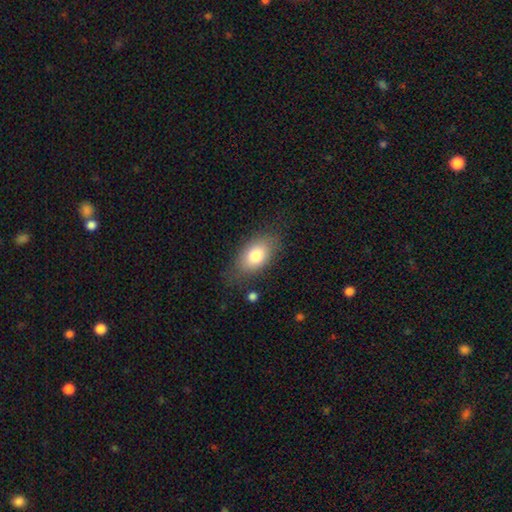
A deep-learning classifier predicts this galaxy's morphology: smooth_or_featured: smooth (p=0.79) [alt: featured or disk p=0.13]
how_rounded: in between (p=0.88) [alt: round p=0.10]
merging: none (p=0.75) [alt: minor disturbance p=0.17]